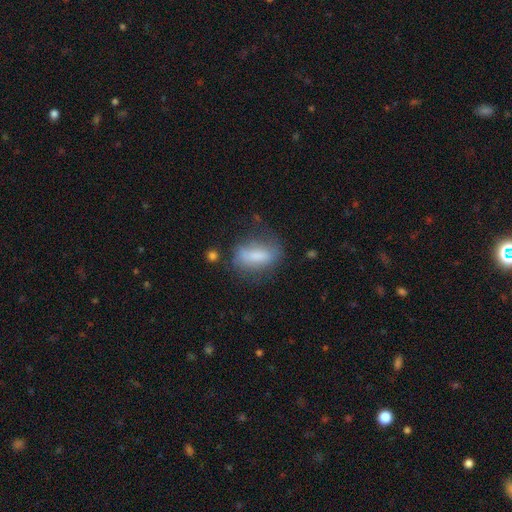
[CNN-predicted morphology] smooth 70%, featured or disk 21%, star or artifact 9%. Down the decision tree: how rounded — in between (72%); merging — none (55%).